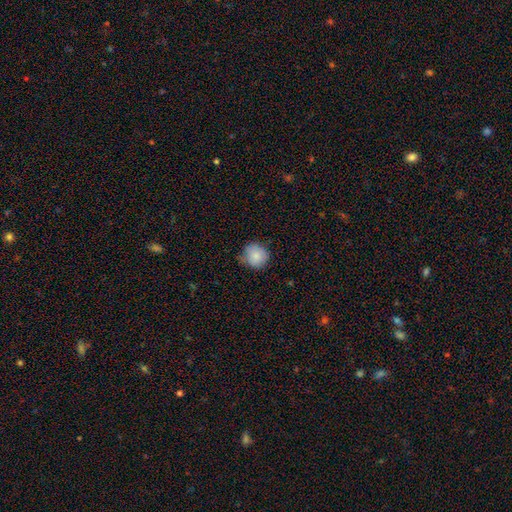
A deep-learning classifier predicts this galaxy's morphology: The model was most divided on "merging": none: 72%, minor disturbance: 23%, major disturbance: 4%, merger: 1%. More confident: how rounded — round (90%); smooth or featured — smooth (86%).